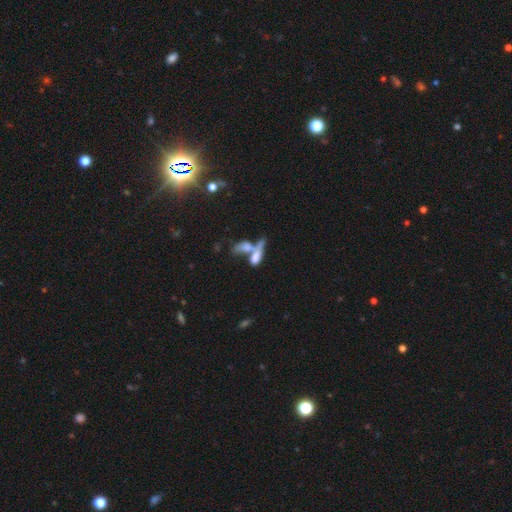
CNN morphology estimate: Overall: smooth (60%; featured or disk 29%). How rounded: in between (69%). Merging: merger (66%).